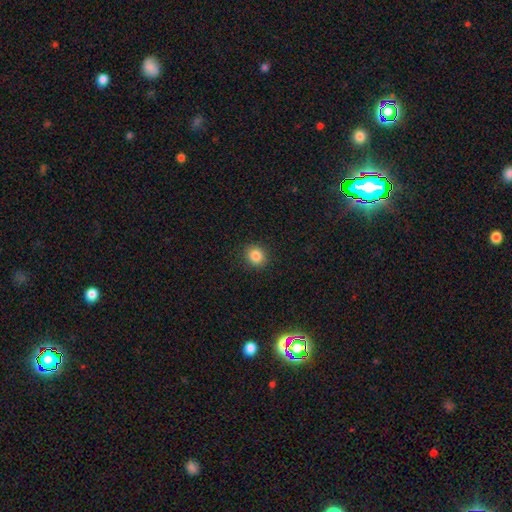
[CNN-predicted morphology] type=smooth (85%); roundness=round (84%); merging=none (91%).